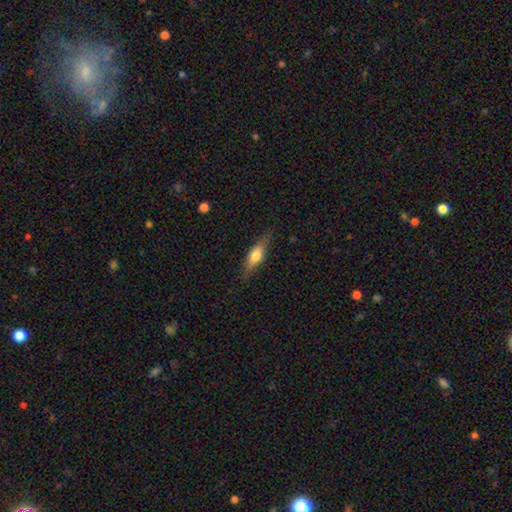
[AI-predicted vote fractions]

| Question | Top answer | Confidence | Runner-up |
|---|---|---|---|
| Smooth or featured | smooth | 58% | featured or disk (35%) |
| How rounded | cigar-shaped | 55% | in between (42%) |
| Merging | none | 80% | minor disturbance (15%) |